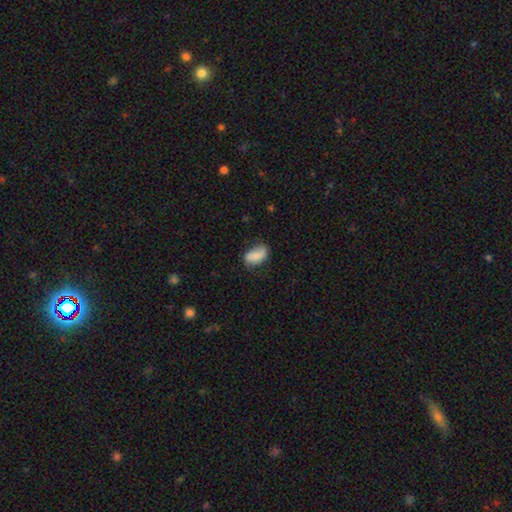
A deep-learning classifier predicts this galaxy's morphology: Smooth or featured? smooth (70%)
How rounded? in between (90%)
Merging? none (59%)